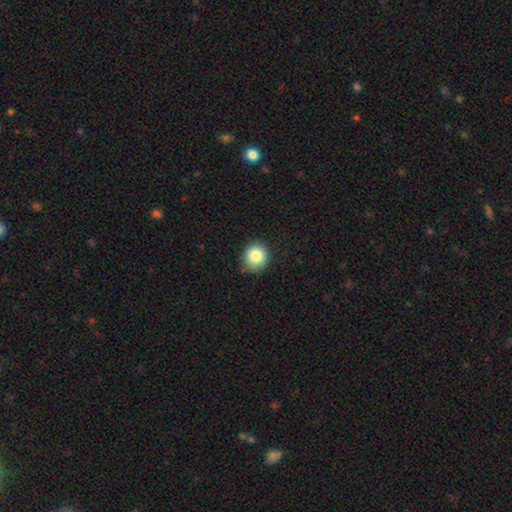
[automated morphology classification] Smooth or featured: smooth — 85% (star or artifact — 10%)
How rounded: round — 87% (in between — 12%)
Merging: none — 82% (minor disturbance — 14%)